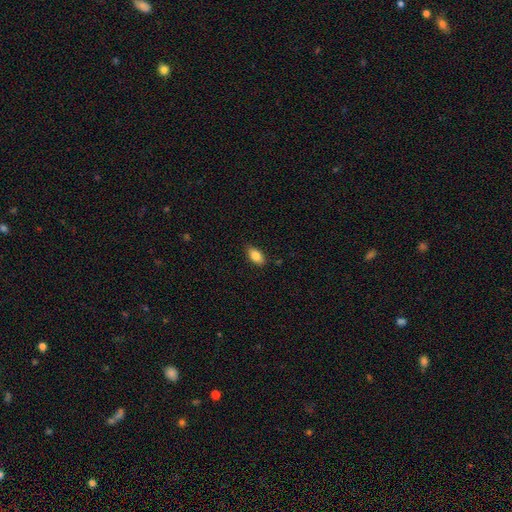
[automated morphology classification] Smooth or featured?
  - smooth: 85% *
  - featured or disk: 8%
  - star or artifact: 7%
How rounded?
  - in between: 91% *
  - round: 5%
  - cigar-shaped: 4%
Merging?
  - none: 85% *
  - minor disturbance: 12%
  - major disturbance: 2%
  - merger: 1%